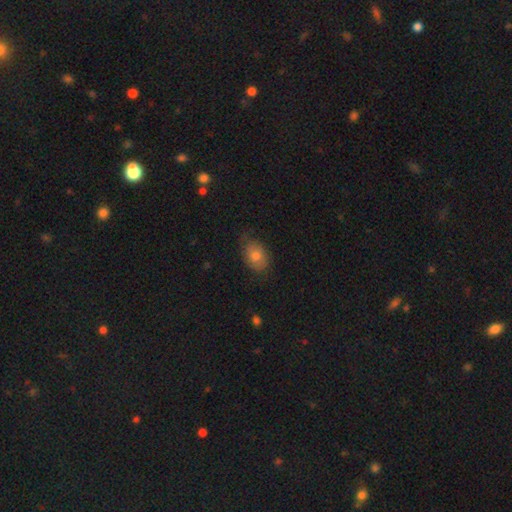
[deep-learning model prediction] A smooth galaxy with no disk features (74%) that is in between round and cigar-shaped (77%). Merging: none (66%).